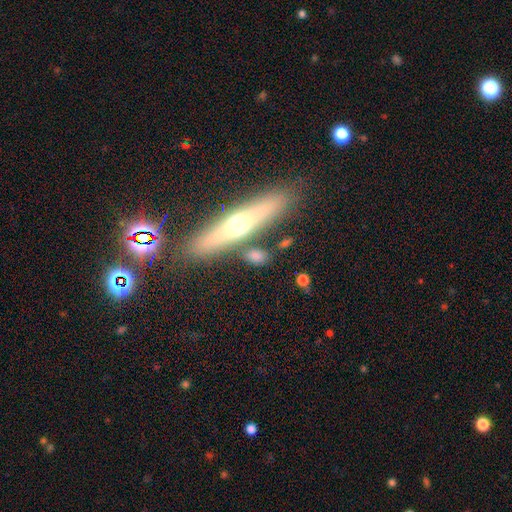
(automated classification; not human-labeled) Morphology: type=smooth (63%); roundness=in between (47%); merging=none (77%).